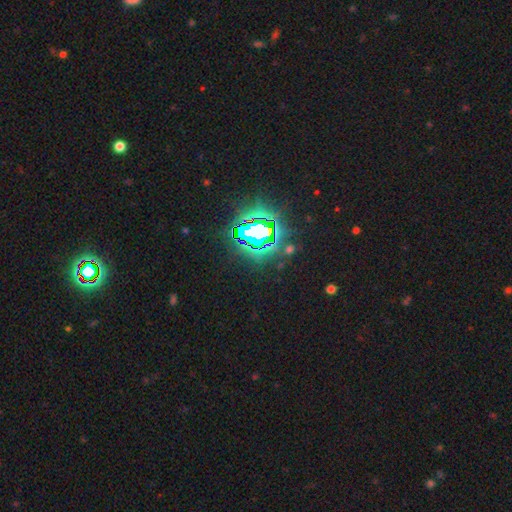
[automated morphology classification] This appears to be a star or artifact, not a galaxy (86%).